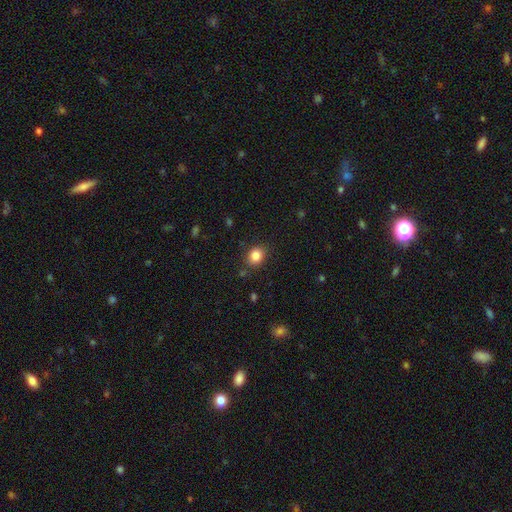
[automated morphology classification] Smooth or featured? Predicted: smooth (p=0.84). How rounded? Predicted: round (p=0.60). Merging? Predicted: none (p=0.85).